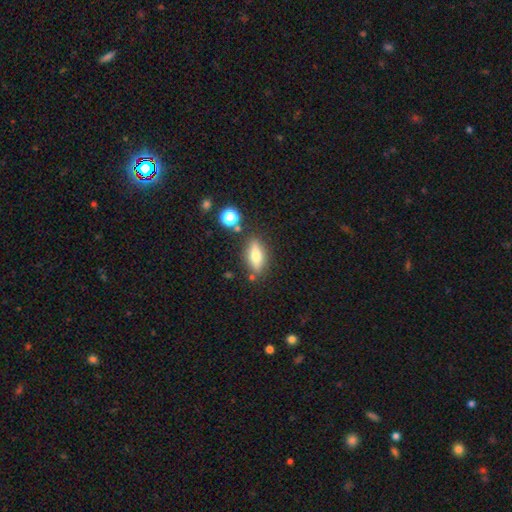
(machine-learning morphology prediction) Overall: smooth (54%; featured or disk 38%). How rounded: in between (62%; cigar-shaped 33%). Merging: none (81%).